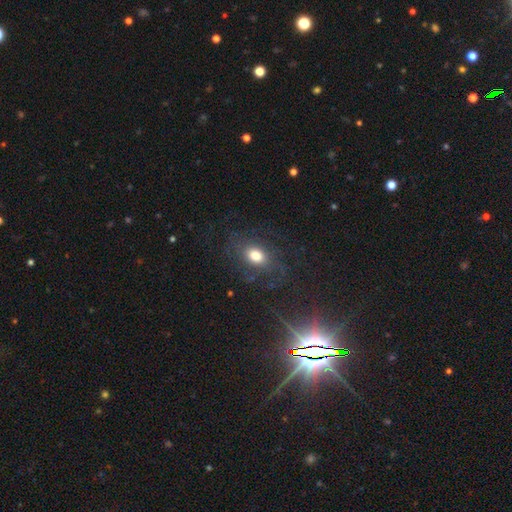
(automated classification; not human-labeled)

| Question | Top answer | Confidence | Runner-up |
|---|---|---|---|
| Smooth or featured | smooth | 46% | featured or disk (39%) |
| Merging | none | 69% | minor disturbance (15%) |